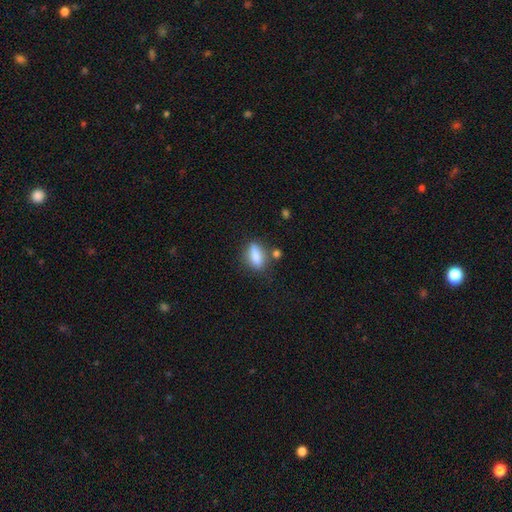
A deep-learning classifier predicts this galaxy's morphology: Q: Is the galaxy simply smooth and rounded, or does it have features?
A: smooth — 78%.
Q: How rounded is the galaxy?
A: in between — 67%.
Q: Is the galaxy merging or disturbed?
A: none — 65%.